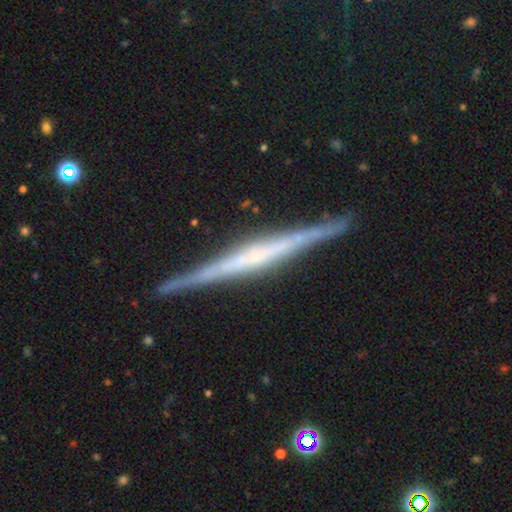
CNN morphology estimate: Overall: featured or disk (81%). Edge-on disk: yes (98%). Edge-on bulge: none (40%; boxy 32%). Merging: none (89%).